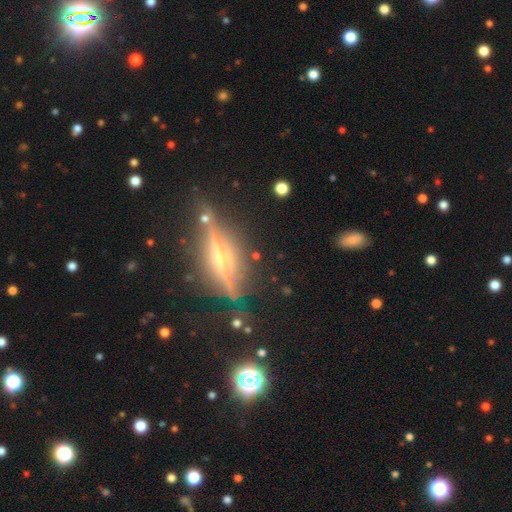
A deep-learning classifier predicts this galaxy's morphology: smooth-or-featured: featured or disk: 77% | smooth: 13% | star or artifact: 10%
  disk-edge-on: yes: 92% | no: 8%
    edge-on-bulge: rounded: 80% | boxy: 10% | none: 10%
  merging: none: 75% | minor disturbance: 15% | major disturbance: 5% | merger: 4%